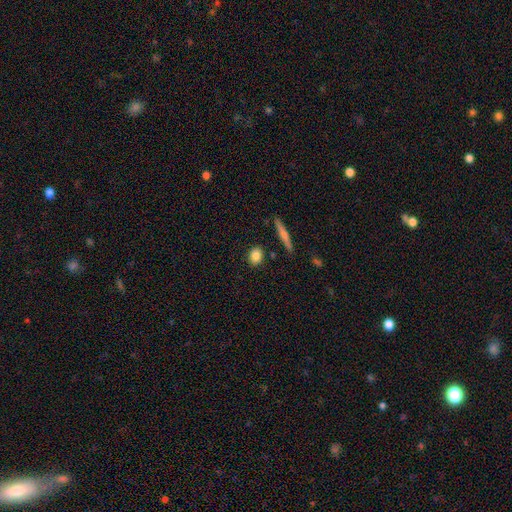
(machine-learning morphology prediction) A smooth galaxy with no disk features (84%) that is in between round and cigar-shaped (50%). Merging: none (86%).